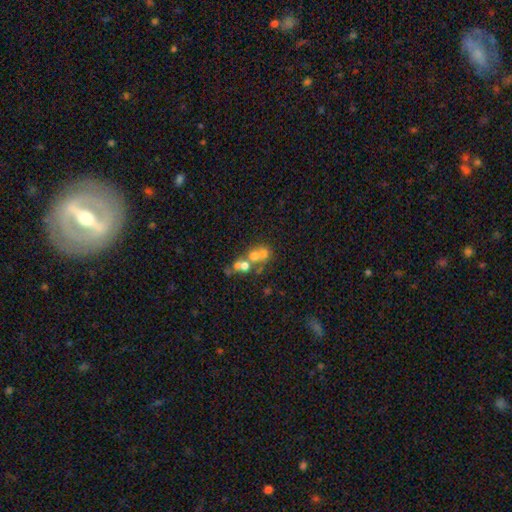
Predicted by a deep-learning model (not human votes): Smooth or featured? Predicted: smooth (p=0.44). Merging? Predicted: merger (p=0.51).